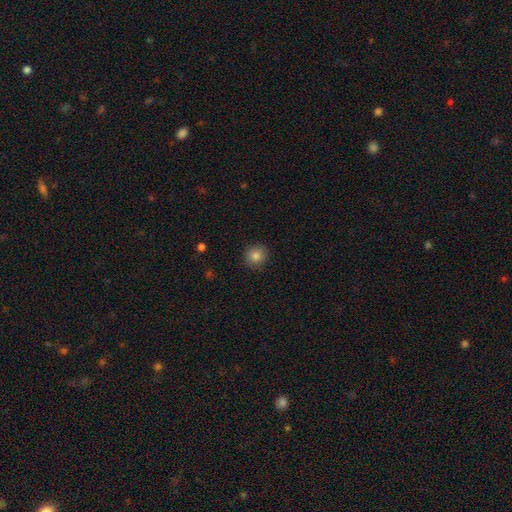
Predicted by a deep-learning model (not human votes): Morphology: type=smooth (82%); roundness=round (88%); merging=none (87%).